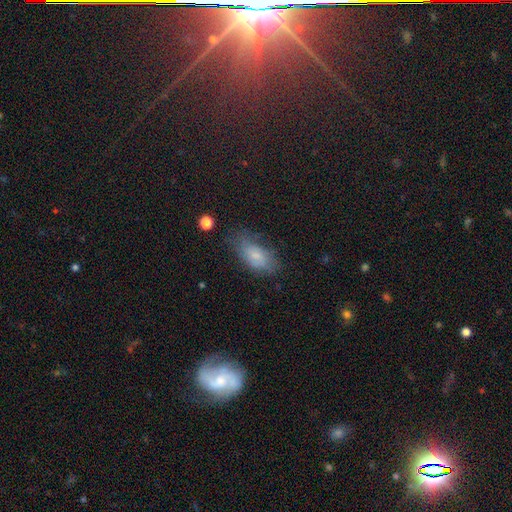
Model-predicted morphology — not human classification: Smooth or featured? Predicted: smooth (p=0.69). How rounded? Predicted: in between (p=0.90). Merging? Predicted: none (p=0.57).